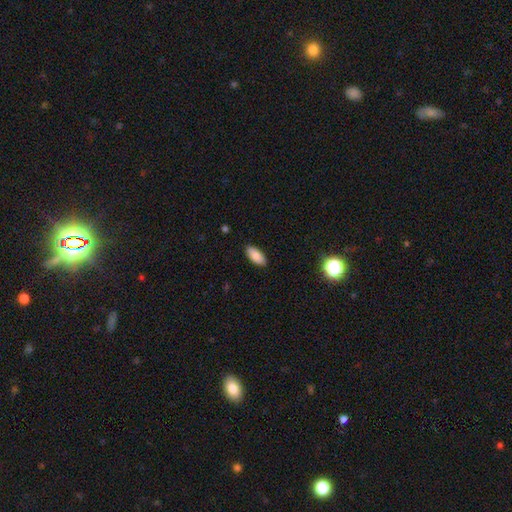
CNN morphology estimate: smooth-or-featured: smooth: 85% | featured or disk: 8% | star or artifact: 8%
  how-rounded: in between: 90% | cigar-shaped: 8% | round: 2%
  merging: none: 89% | minor disturbance: 8% | major disturbance: 2% | merger: 1%